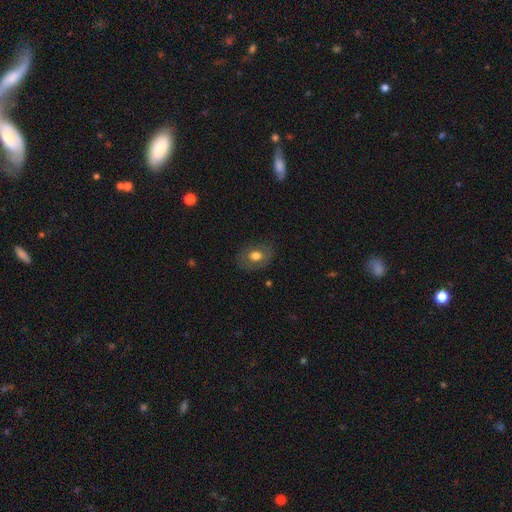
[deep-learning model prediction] smooth 67%, featured or disk 23%, star or artifact 10%. Down the decision tree: how rounded — in between (60%); merging — none (78%).